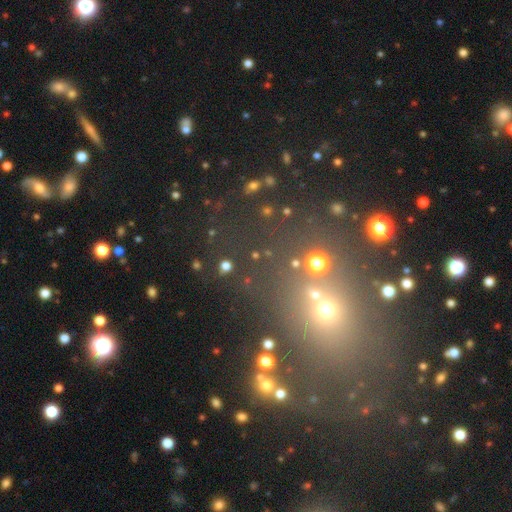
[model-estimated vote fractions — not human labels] Overall: star or artifact (51%; smooth 38%).